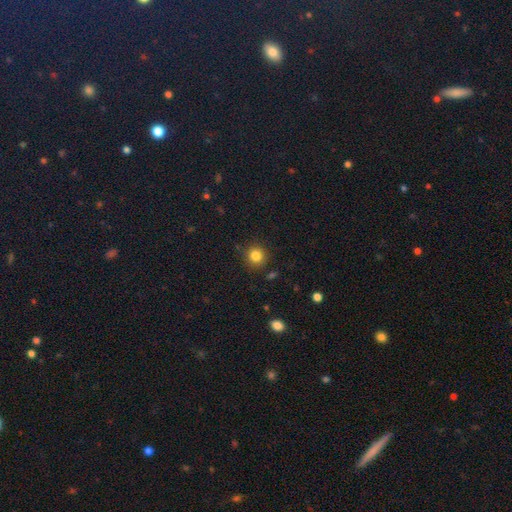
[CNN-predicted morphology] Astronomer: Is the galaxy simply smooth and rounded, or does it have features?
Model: smooth — 83%.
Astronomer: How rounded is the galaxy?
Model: round — 93%.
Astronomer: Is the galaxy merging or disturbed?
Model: none — 89%.